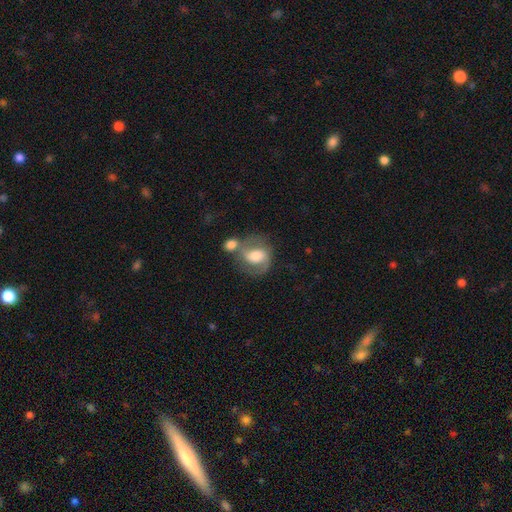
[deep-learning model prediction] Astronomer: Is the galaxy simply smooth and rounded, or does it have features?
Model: featured or disk — 60%.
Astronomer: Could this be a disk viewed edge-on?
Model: no — 97%.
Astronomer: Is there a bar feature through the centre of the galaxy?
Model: weak — 42% (runner-up: no, 39%).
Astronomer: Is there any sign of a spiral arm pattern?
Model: yes — 84%.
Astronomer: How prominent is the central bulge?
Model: moderate — 49% (runner-up: large, 32%).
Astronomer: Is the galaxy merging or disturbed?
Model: none — 37% (runner-up: merger, 36%).